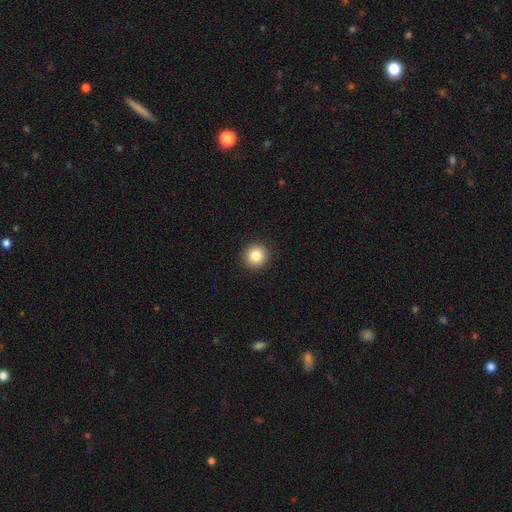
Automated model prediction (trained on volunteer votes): This is clearly a smooth galaxy (85%). How rounded: clearly round (94%). Merging: clearly none (93%).